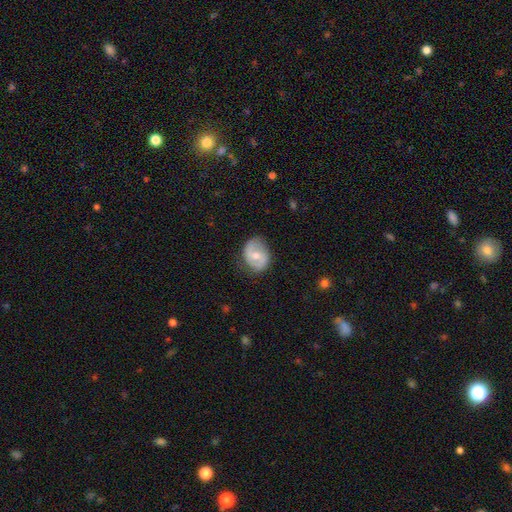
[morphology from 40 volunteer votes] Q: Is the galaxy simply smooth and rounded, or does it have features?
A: featured or disk — 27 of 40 (68%).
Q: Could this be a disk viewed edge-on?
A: no — 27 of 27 (100%).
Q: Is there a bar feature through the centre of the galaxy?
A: weak — 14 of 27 (52%).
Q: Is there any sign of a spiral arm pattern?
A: yes — 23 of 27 (85%).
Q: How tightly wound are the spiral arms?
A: loose — 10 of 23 (43%).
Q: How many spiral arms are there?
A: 2 — 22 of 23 (96%).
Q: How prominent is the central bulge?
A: moderate — 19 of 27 (70%).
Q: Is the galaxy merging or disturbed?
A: none — 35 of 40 (88%).